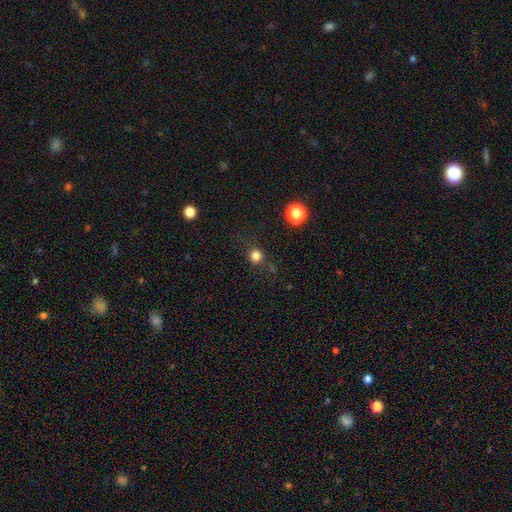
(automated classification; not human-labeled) smooth_or_featured: smooth (p=0.80) [alt: star or artifact p=0.15]
how_rounded: round (p=0.90) [alt: in between p=0.09]
merging: none (p=0.79) [alt: minor disturbance p=0.13]